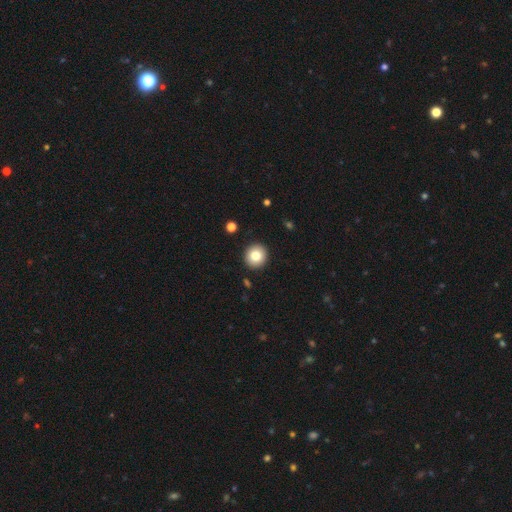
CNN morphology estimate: type=smooth (81%); roundness=round (91%); merging=none (92%).